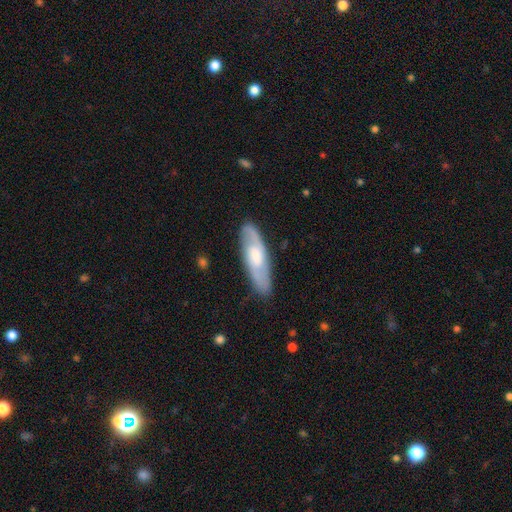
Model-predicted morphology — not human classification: Overall: featured or disk (61%; smooth 34%). Edge-on disk: no (75%). Merging: none (85%).